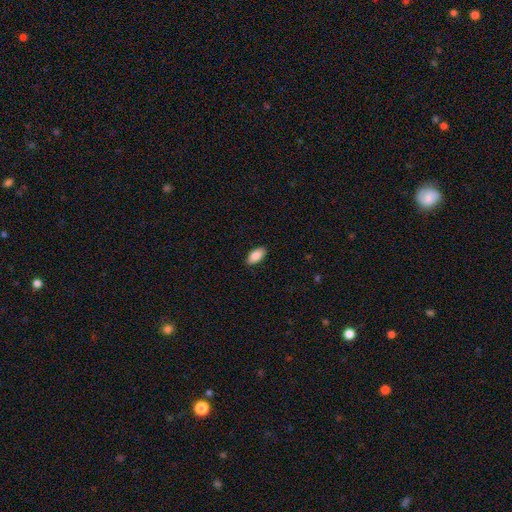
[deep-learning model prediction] This is clearly a smooth galaxy (88%). How rounded: clearly in between (93%). Merging: clearly none (89%).